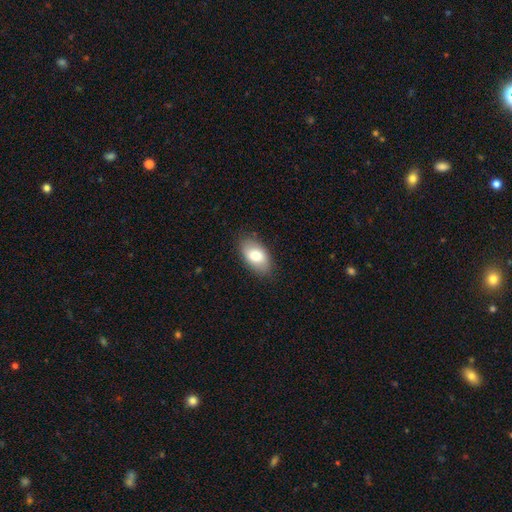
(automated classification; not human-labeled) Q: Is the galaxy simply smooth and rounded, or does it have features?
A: smooth — 79%.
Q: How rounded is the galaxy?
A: in between — 93%.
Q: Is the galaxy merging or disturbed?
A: none — 82%.